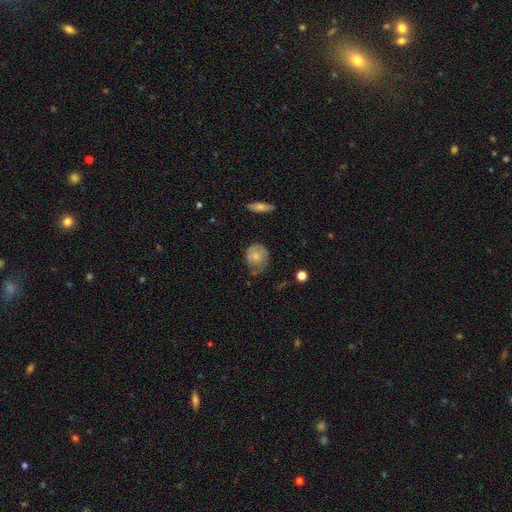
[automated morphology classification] Smooth or featured?
  - smooth: 58% *
  - featured or disk: 35%
  - star or artifact: 7%
How rounded?
  - round: 67% *
  - in between: 32%
  - cigar-shaped: 1%
Merging?
  - none: 48% *
  - minor disturbance: 35%
  - major disturbance: 14%
  - merger: 3%